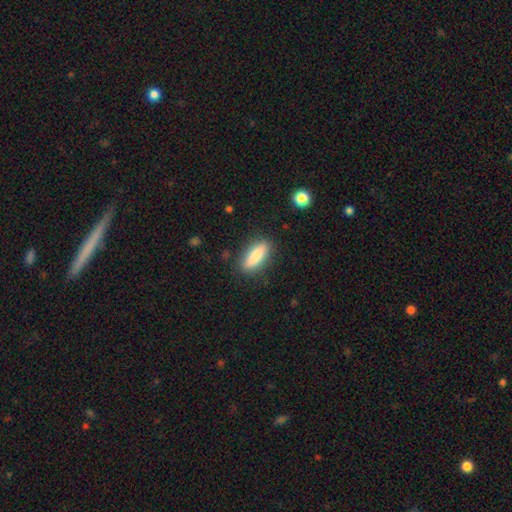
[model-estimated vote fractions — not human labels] Morphology: type=smooth (82%); roundness=in between (53%); merging=none (84%).